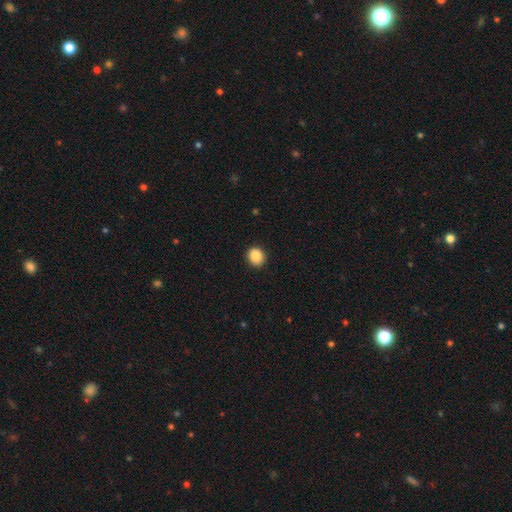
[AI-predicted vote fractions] Smooth or featured? smooth (87%)
How rounded? round (81%)
Merging? none (92%)